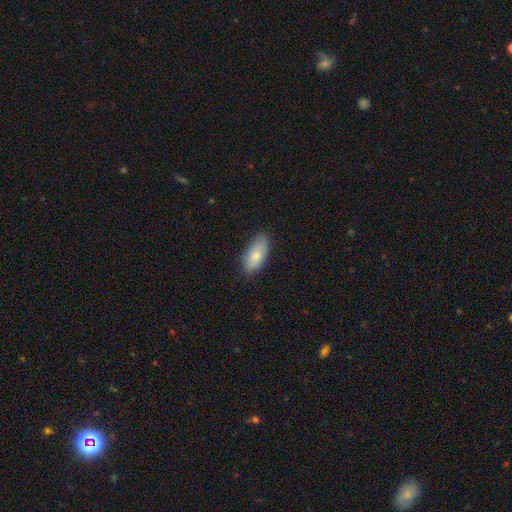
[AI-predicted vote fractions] The model was most divided on "smooth or featured": smooth: 80%, featured or disk: 14%, star or artifact: 6%. More confident: how rounded — in between (90%); merging — none (81%).